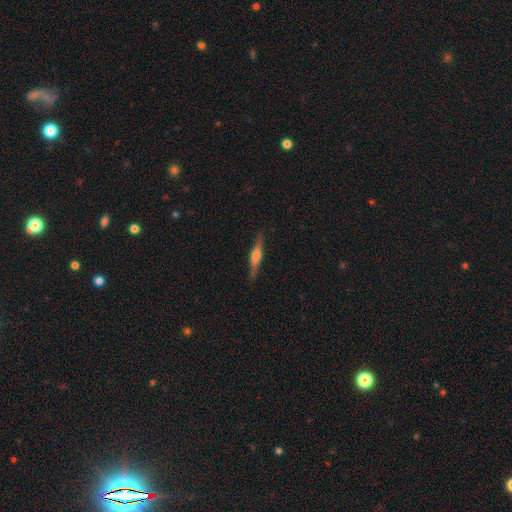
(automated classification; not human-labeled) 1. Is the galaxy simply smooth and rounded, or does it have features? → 66% featured or disk, 28% smooth, 6% star or artifact.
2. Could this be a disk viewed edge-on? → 97% yes, 3% no.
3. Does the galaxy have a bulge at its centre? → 76% rounded, 18% boxy, 6% none.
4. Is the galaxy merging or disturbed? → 88% none, 9% minor disturbance, 2% major disturbance, 1% merger.